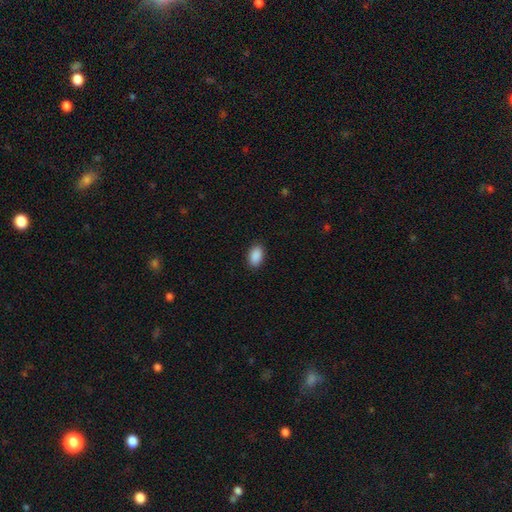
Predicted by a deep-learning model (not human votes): Q: Smooth or featured?
A: smooth (91%); runner-up: star or artifact (7%)
Q: How rounded?
A: in between (92%); runner-up: round (6%)
Q: Merging?
A: none (89%); runner-up: minor disturbance (8%)